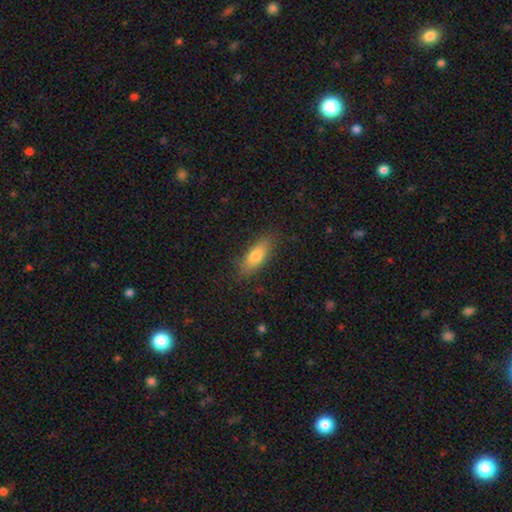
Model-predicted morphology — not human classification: smooth 77%, featured or disk 15%, star or artifact 7%. Down the decision tree: how rounded — in between (70%); merging — none (80%).